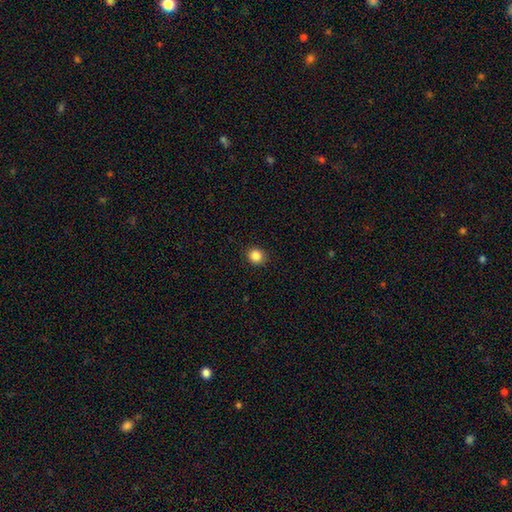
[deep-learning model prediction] Smooth or featured: smooth — 86% (star or artifact — 10%)
How rounded: round — 83% (in between — 16%)
Merging: none — 92% (minor disturbance — 6%)